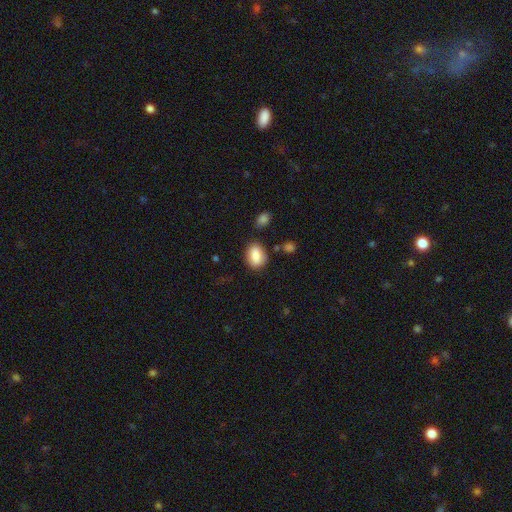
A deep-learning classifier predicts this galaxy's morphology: smooth 84%, featured or disk 8%, star or artifact 8%. Down the decision tree: how rounded — in between (73%); merging — none (76%).